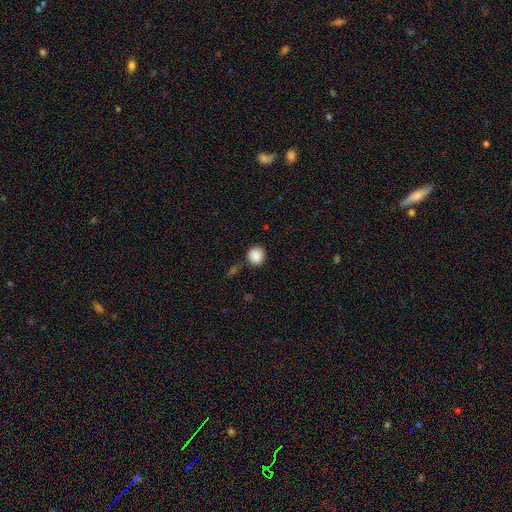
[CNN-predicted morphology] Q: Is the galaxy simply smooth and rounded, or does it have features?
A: smooth — 88%.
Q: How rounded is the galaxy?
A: round — 79%.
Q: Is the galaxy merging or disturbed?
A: none — 79%.